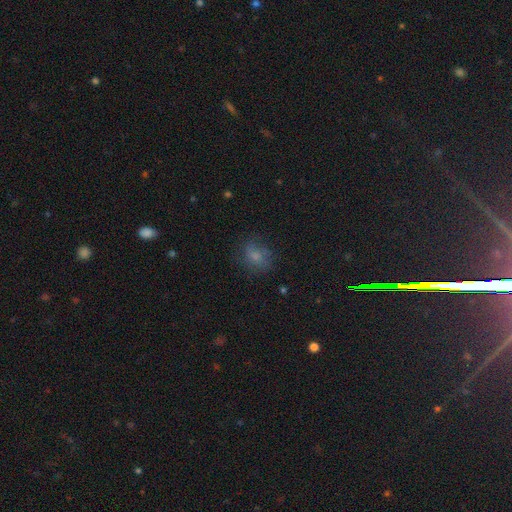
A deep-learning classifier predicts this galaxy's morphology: Smooth or featured: smooth — 68% (featured or disk — 18%)
How rounded: round — 51% (in between — 48%)
Merging: none — 63% (minor disturbance — 22%)